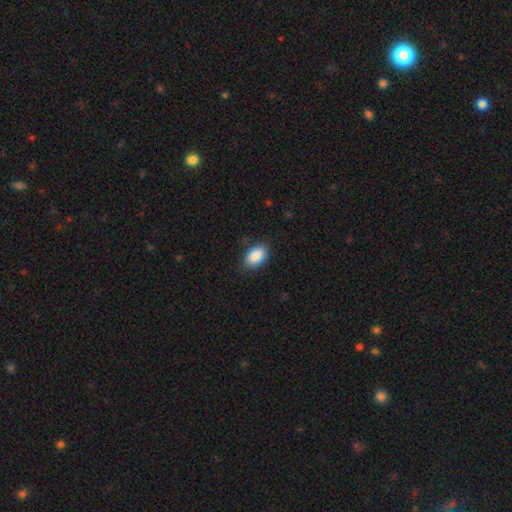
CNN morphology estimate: Smooth or featured: smooth — 90% (star or artifact — 7%)
How rounded: in between — 91% (round — 8%)
Merging: none — 84% (minor disturbance — 12%)